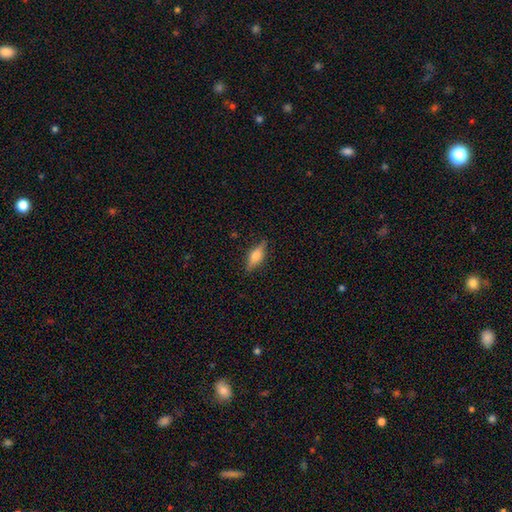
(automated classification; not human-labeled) Overall: smooth (52%; featured or disk 41%). How rounded: in between (60%; cigar-shaped 36%). Merging: none (85%).